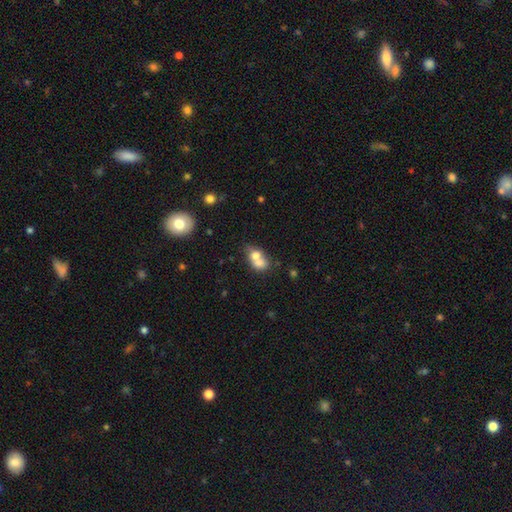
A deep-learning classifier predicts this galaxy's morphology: Smooth or featured: smooth — 69% (featured or disk — 21%)
How rounded: in between — 51% (round — 47%)
Merging: merger — 69% (none — 20%)